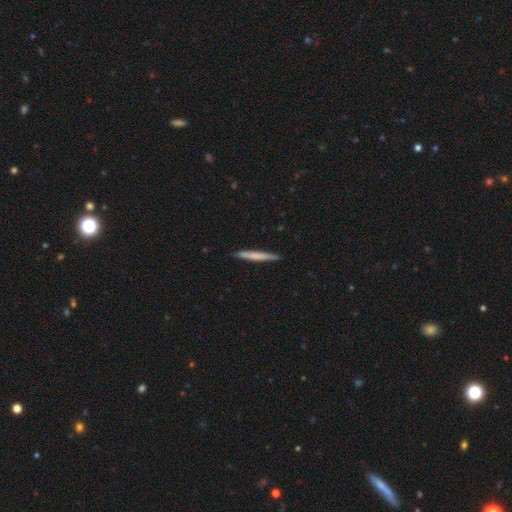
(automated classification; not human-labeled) This appears to be a smooth galaxy with no disk features (62%) that is cigar-shaped (96%). Merging: none (91%).